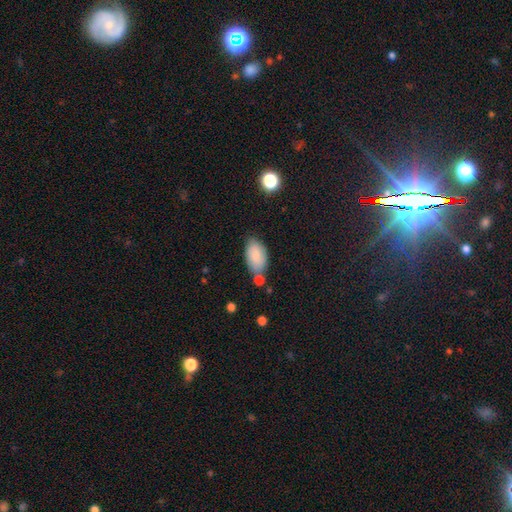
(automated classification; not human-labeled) A smooth galaxy with no disk features (84%) that is in between round and cigar-shaped (94%).

Vote fractions:
- Smooth or featured? smooth: 84% / featured or disk: 9% / star or artifact: 7%
- How rounded? in between: 94% / round: 4% / cigar-shaped: 2%
- Merging? none: 63% / minor disturbance: 21% / merger: 12% / major disturbance: 5%